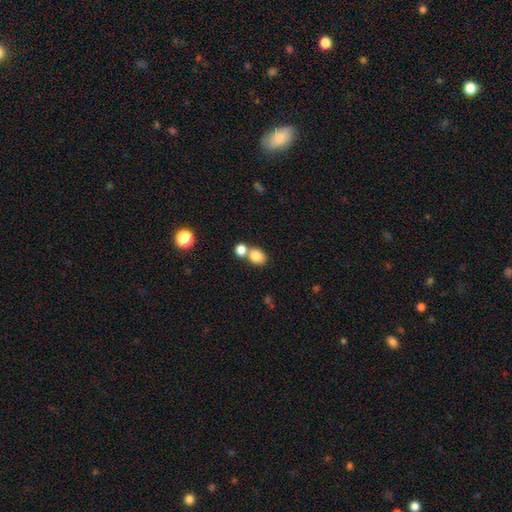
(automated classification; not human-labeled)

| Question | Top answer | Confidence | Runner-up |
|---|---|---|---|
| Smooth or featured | smooth | 82% | star or artifact (10%) |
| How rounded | round | 51% | in between (48%) |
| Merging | none | 48% | merger (41%) |